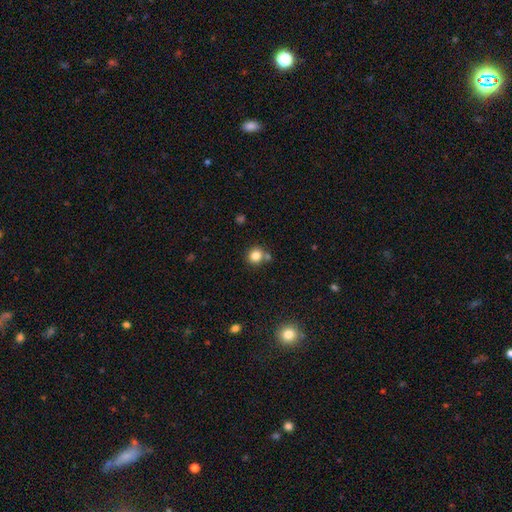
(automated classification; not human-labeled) smooth-or-featured: smooth: 83% | star or artifact: 12% | featured or disk: 6%
  how-rounded: round: 89% | in between: 10% | cigar-shaped: 1%
  merging: none: 71% | merger: 16% | minor disturbance: 9% | major disturbance: 3%